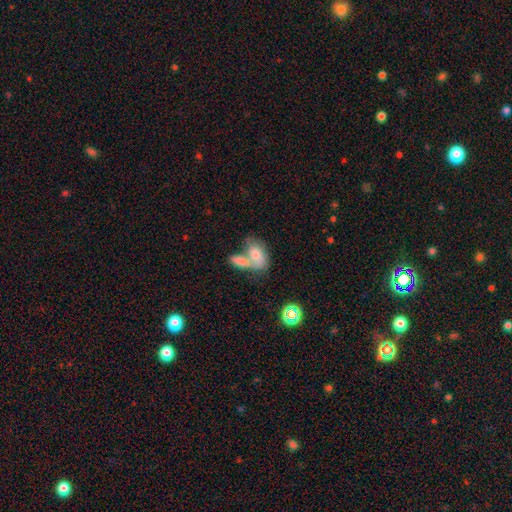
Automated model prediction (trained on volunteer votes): Smooth or featured? Predicted: smooth (p=0.68). How rounded? Predicted: in between (p=0.88). Merging? Predicted: merger (p=0.65).